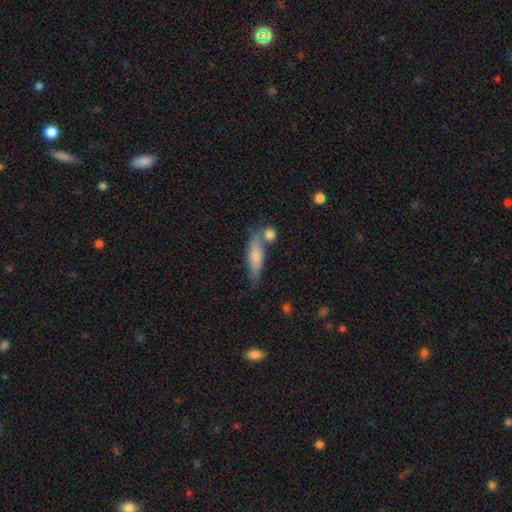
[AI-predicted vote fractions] Overall: smooth (73%). How rounded: cigar-shaped (63%; in between 34%). Merging: none (62%).